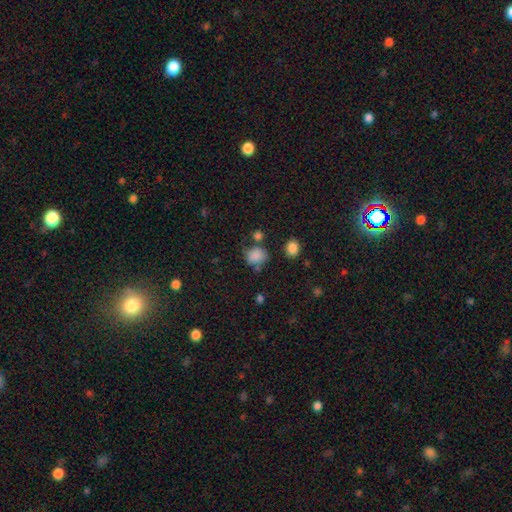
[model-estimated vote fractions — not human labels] This is clearly a smooth galaxy (83%). How rounded: likely round (61%). Merging: possibly none (59%).